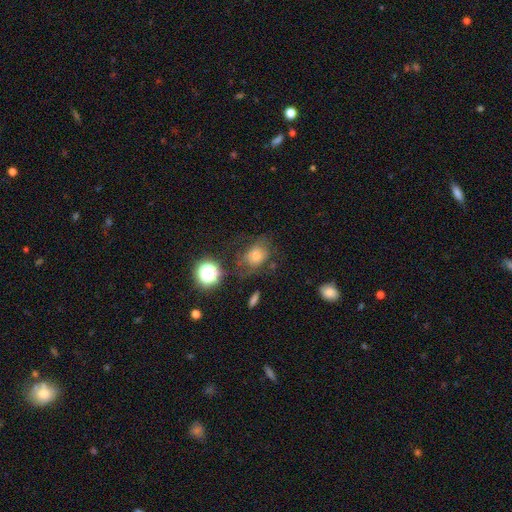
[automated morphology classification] Overall: smooth (64%). How rounded: in between (60%; round 39%). Merging: none (48%; minor disturbance 24%).